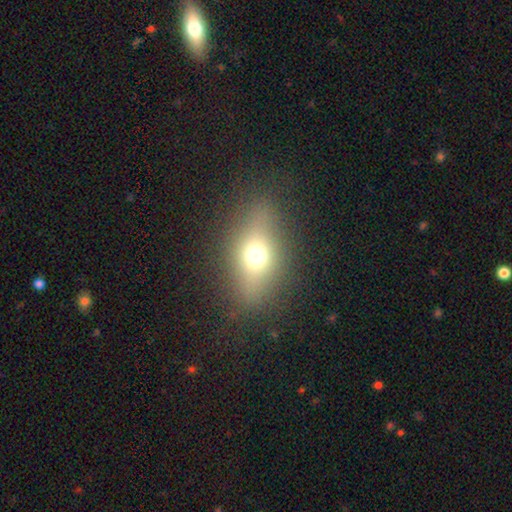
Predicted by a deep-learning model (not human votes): Morphology: type=smooth (60%); roundness=in between (63%); merging=none (81%).